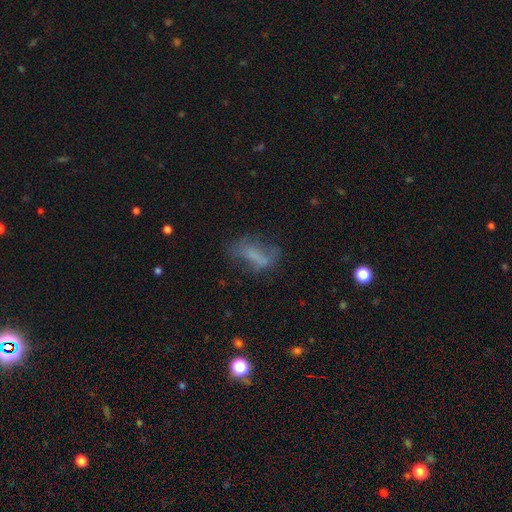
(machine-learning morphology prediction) Smooth or featured? smooth (52%)
How rounded? in between (71%)
Merging? none (43%)